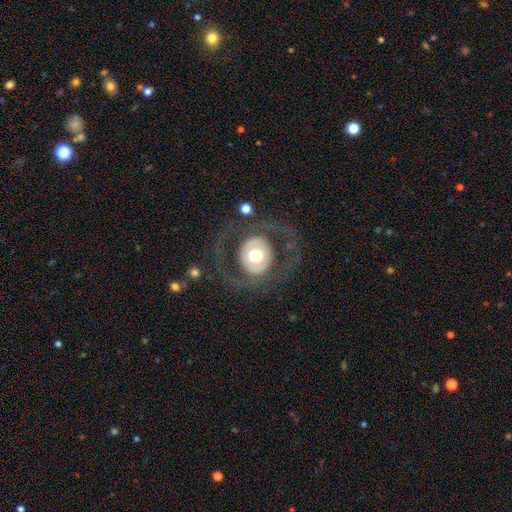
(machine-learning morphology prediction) This is possibly a featured or disk galaxy (57%). It is clearly not viewed edge-on (94%). Bar: likely no (73%). Spiral arm pattern: likely no (72%). Central bulge: possibly moderate (52%). Merging: likely none (71%).